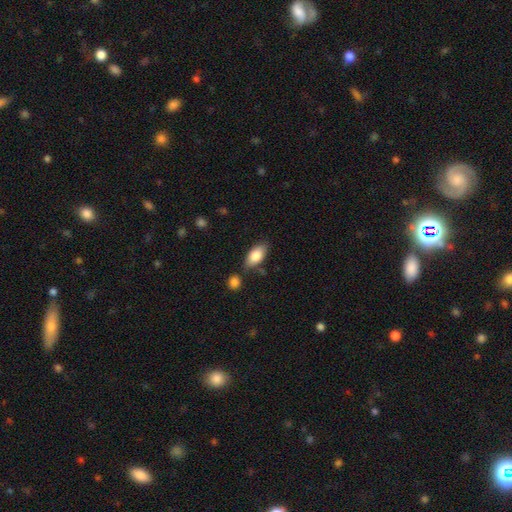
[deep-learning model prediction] Smooth or featured?
  - smooth: 81% *
  - featured or disk: 12%
  - star or artifact: 6%
How rounded?
  - in between: 90% *
  - cigar-shaped: 6%
  - round: 3%
Merging?
  - none: 74% *
  - minor disturbance: 15%
  - merger: 8%
  - major disturbance: 4%